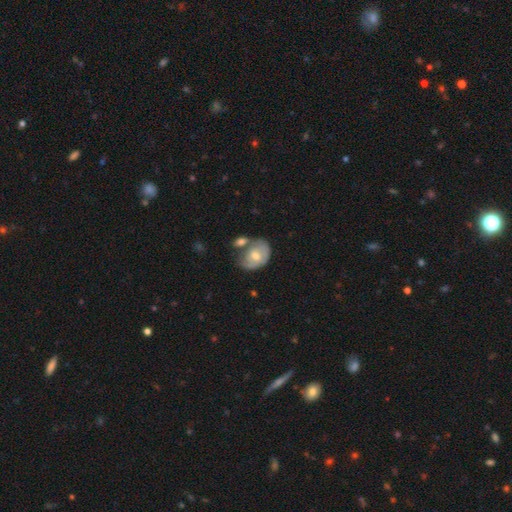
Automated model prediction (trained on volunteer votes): smooth 47%, featured or disk 46%, star or artifact 6%. Down the decision tree: merging — none (33%).